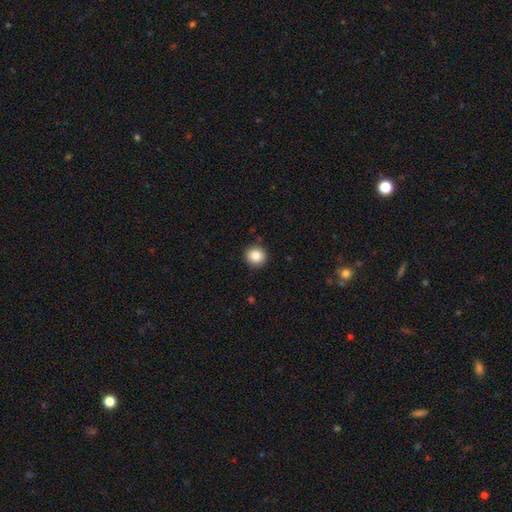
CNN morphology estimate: Smooth or featured? Predicted: smooth (p=0.86). How rounded? Predicted: round (p=0.90). Merging? Predicted: none (p=0.90).